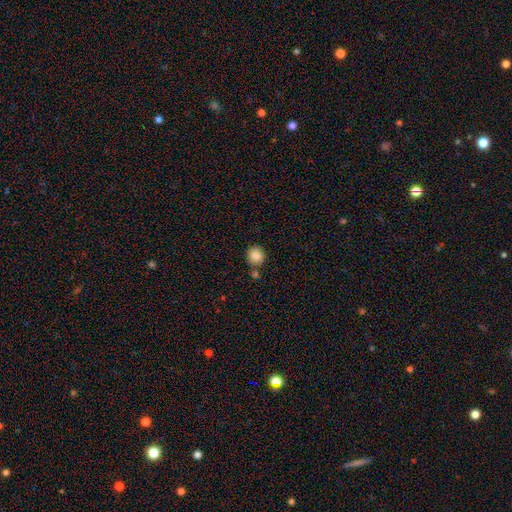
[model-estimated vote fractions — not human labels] Q: Smooth or featured?
A: smooth (87%); runner-up: star or artifact (9%)
Q: How rounded?
A: round (88%); runner-up: in between (11%)
Q: Merging?
A: none (72%); runner-up: merger (14%)